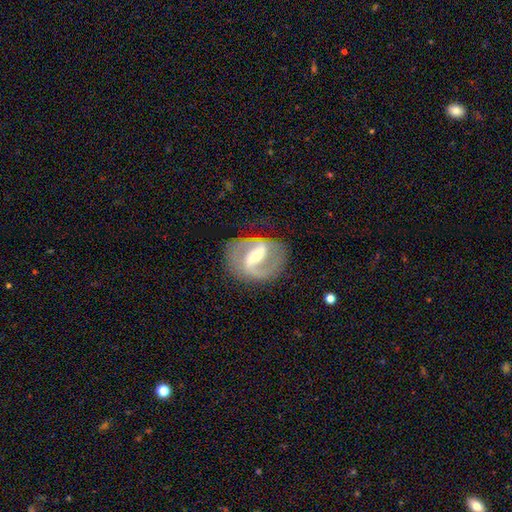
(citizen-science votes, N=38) Volunteers were most divided on "spiral winding": medium: 57%, loose: 27%, tight: 17%. More confident: edge-on disk — no (94%); spiral arms — yes (94%); spiral arm count — 2 (93%); merging — none (92%); smooth or featured — featured or disk (89%); bulge size — small (75%); bar — strong (59%).